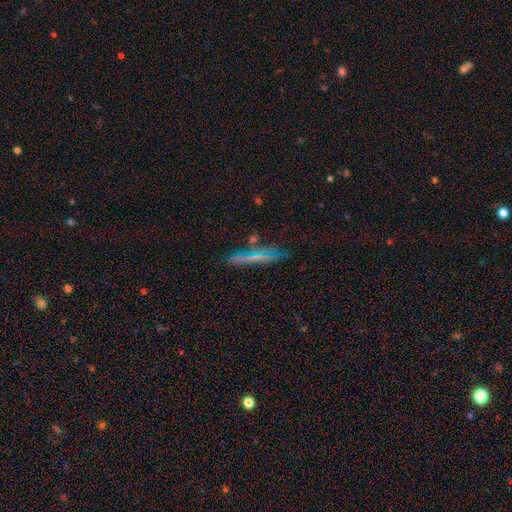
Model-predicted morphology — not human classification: Smooth or featured? Predicted: smooth (p=0.48). Merging? Predicted: none (p=0.73).